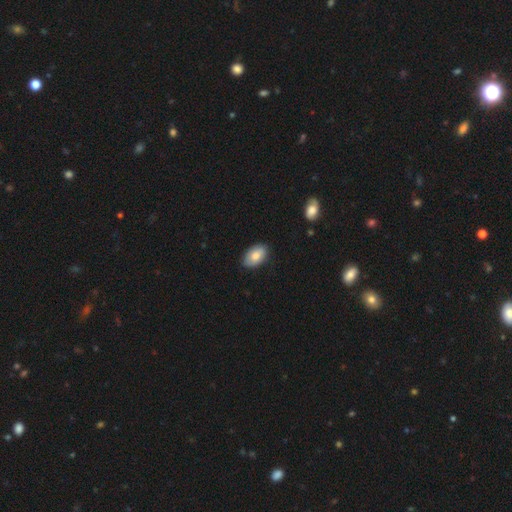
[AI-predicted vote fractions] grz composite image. It shows a smooth galaxy with no disk features (80%) that is in between round and cigar-shaped (93%). Merging: none (83%).